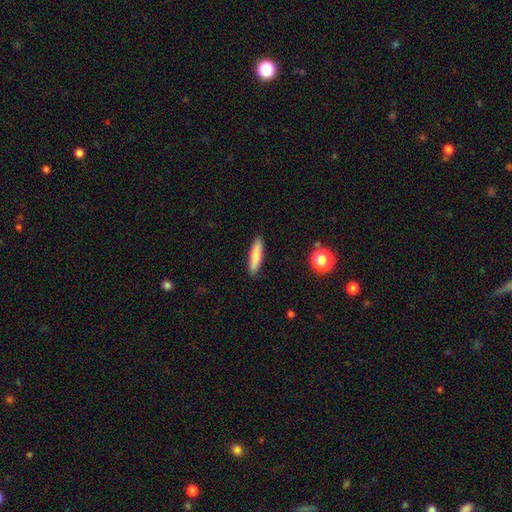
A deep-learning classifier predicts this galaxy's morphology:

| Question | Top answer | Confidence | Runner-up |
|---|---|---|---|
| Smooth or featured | smooth | 82% | featured or disk (12%) |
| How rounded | cigar-shaped | 79% | in between (19%) |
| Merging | none | 90% | minor disturbance (7%) |